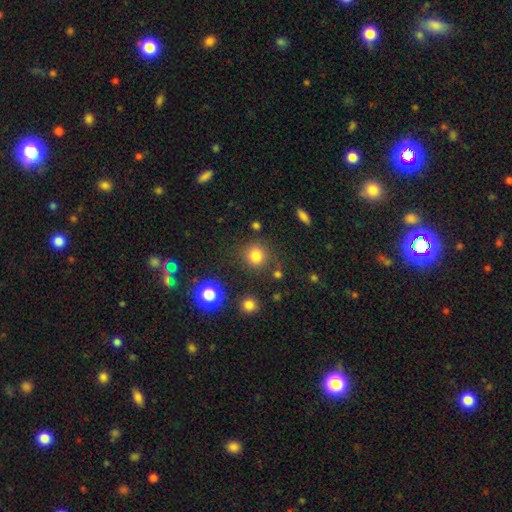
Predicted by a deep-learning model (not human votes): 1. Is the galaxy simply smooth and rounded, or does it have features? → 80% smooth, 14% star or artifact, 6% featured or disk.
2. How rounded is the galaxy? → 90% round, 9% in between, 1% cigar-shaped.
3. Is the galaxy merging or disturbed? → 80% none, 10% minor disturbance, 5% merger, 5% major disturbance.